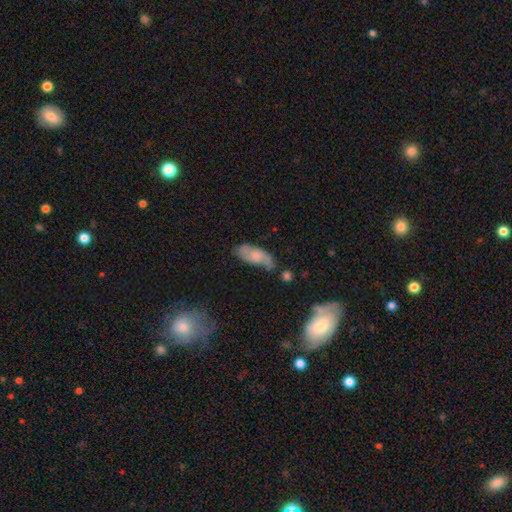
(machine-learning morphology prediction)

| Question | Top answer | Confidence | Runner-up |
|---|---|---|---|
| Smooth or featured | smooth | 47% | featured or disk (45%) |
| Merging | none | 48% | minor disturbance (32%) |